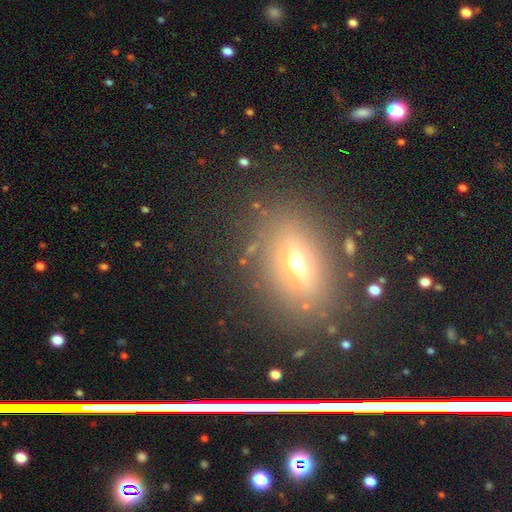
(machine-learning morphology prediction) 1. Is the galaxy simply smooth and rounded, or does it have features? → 45% smooth, 36% star or artifact, 19% featured or disk.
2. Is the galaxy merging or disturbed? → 83% none, 9% minor disturbance, 5% major disturbance, 3% merger.